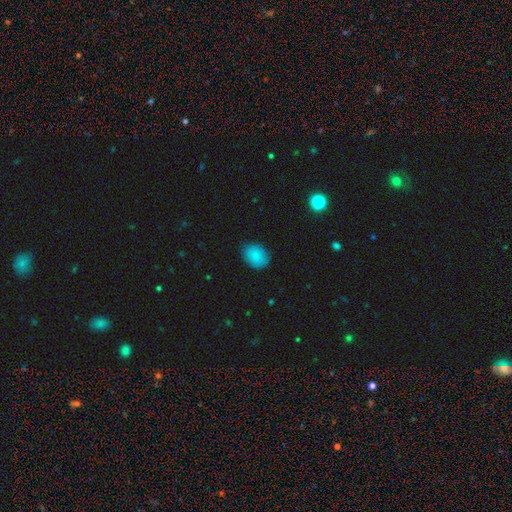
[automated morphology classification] A smooth galaxy with no disk features (85%) that is in between round and cigar-shaped (57%). Merging: none (80%).